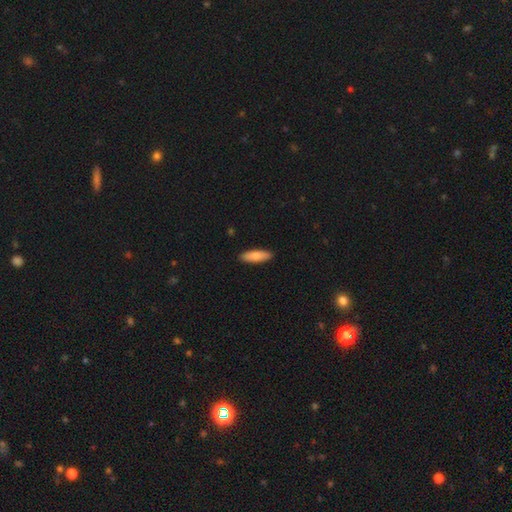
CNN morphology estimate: smooth-or-featured: smooth: 80% | featured or disk: 15% | star or artifact: 5%
  how-rounded: in between: 50% | cigar-shaped: 49% | round: 2%
  merging: none: 90% | minor disturbance: 7% | major disturbance: 1% | merger: 1%